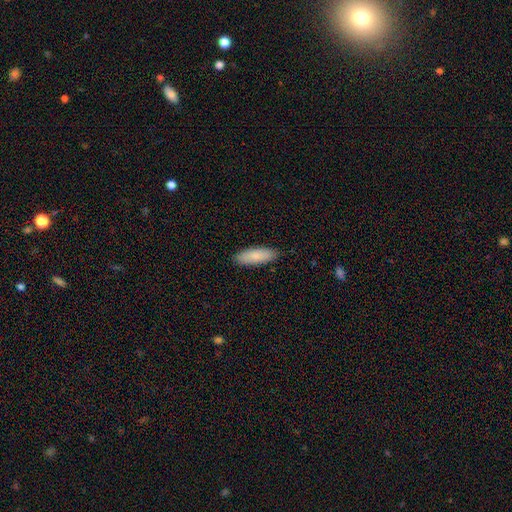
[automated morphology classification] Smooth or featured?
  - smooth: 85% *
  - featured or disk: 9%
  - star or artifact: 6%
How rounded?
  - in between: 63% *
  - cigar-shaped: 35%
  - round: 2%
Merging?
  - none: 87% *
  - minor disturbance: 10%
  - major disturbance: 2%
  - merger: 1%